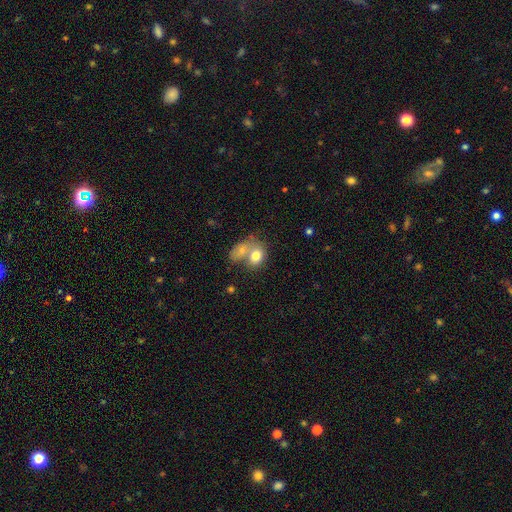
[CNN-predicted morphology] A smooth galaxy with no disk features (75%) that is in between round and cigar-shaped (54%).

Vote fractions:
- Smooth or featured? smooth: 75% / featured or disk: 16% / star or artifact: 9%
- How rounded? in between: 54% / round: 45% / cigar-shaped: 1%
- Merging? merger: 64% / none: 23% / minor disturbance: 8% / major disturbance: 5%